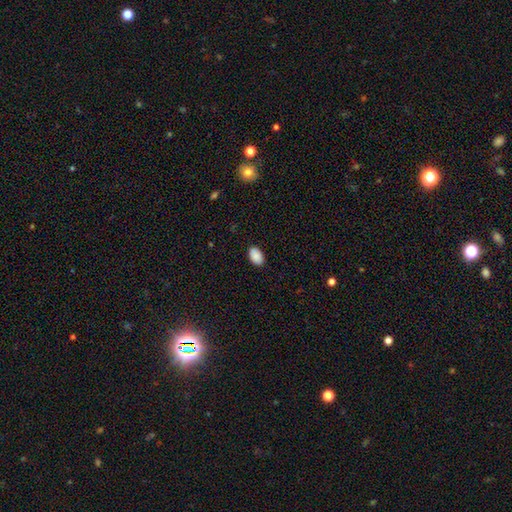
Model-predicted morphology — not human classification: This is clearly a smooth galaxy (90%). How rounded: clearly in between (92%). Merging: clearly none (88%).